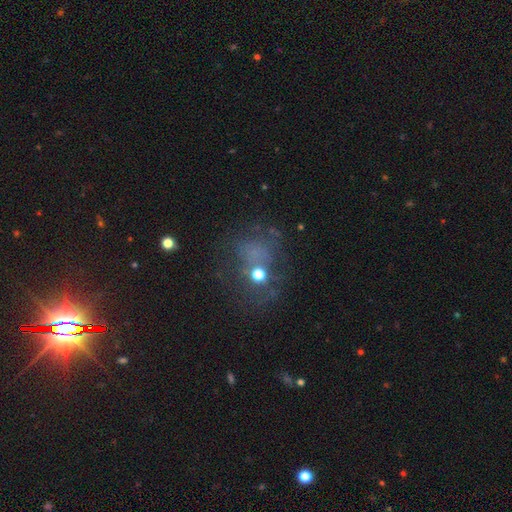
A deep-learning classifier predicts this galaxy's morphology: Overall: smooth (39%; star or artifact 31%). Merging: none (49%; major disturbance 27%).